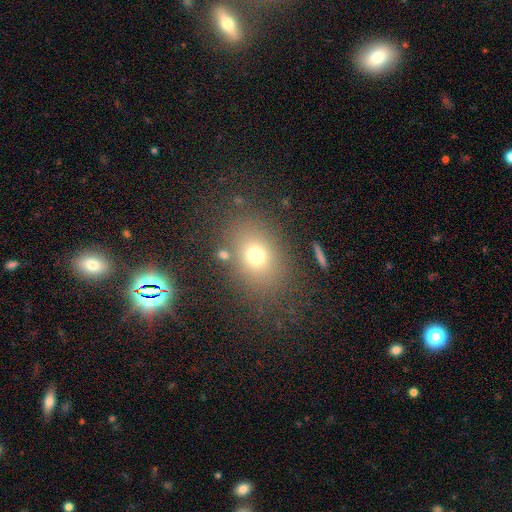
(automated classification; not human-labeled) A smooth galaxy with no disk features (71%) that is in between round and cigar-shaped (63%).

Vote fractions:
- Smooth or featured? smooth: 71% / star or artifact: 16% / featured or disk: 13%
- How rounded? in between: 63% / round: 36% / cigar-shaped: 1%
- Merging? none: 78% / minor disturbance: 12% / major disturbance: 6% / merger: 4%